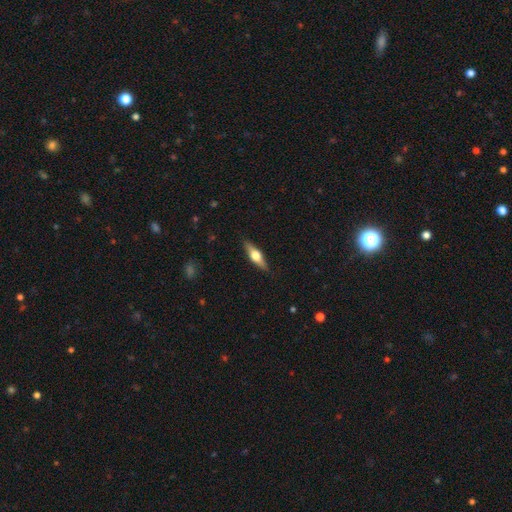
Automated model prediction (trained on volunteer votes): Morphology: type=featured or disk (55%); edge-on=yes (94%); edge-on bulge=rounded (94%); merging=none (88%).